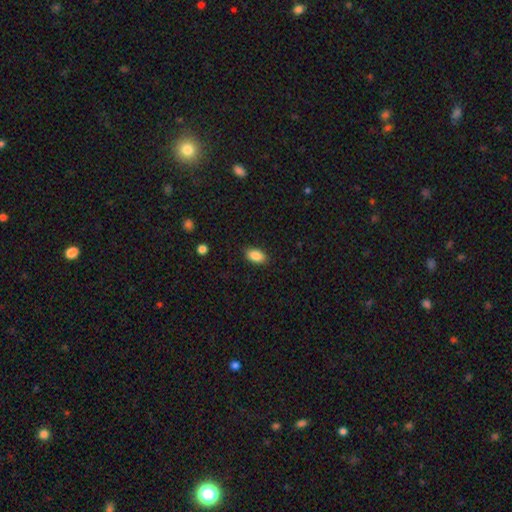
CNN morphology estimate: Smooth or featured?
  - smooth: 87% *
  - star or artifact: 8%
  - featured or disk: 5%
How rounded?
  - in between: 91% *
  - round: 6%
  - cigar-shaped: 2%
Merging?
  - none: 88% *
  - minor disturbance: 8%
  - major disturbance: 2%
  - merger: 1%